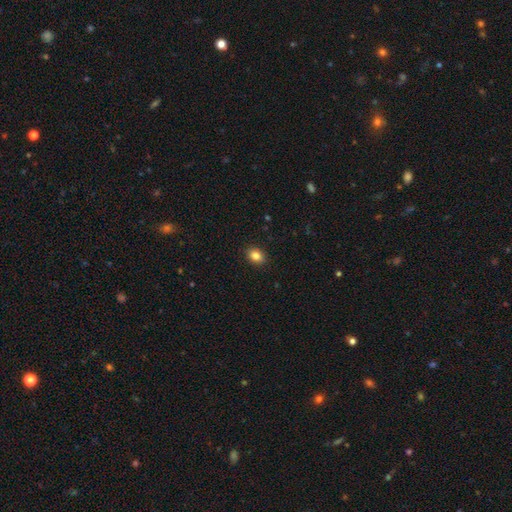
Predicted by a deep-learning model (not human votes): This is clearly a smooth galaxy (85%). How rounded: likely in between (69%). Merging: clearly none (90%).